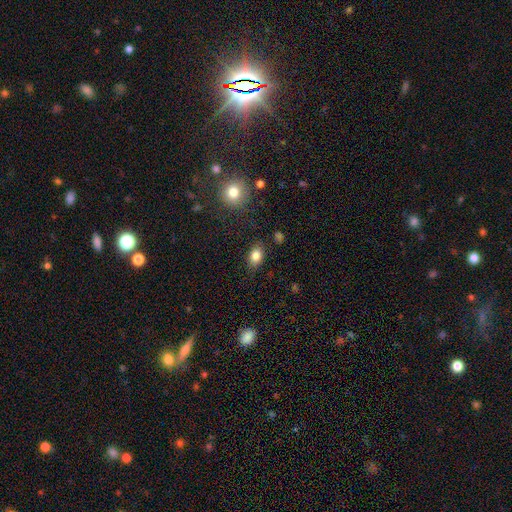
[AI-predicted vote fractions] Q: Smooth or featured?
A: smooth (83%); runner-up: star or artifact (9%)
Q: How rounded?
A: in between (79%); runner-up: round (20%)
Q: Merging?
A: none (84%); runner-up: minor disturbance (12%)